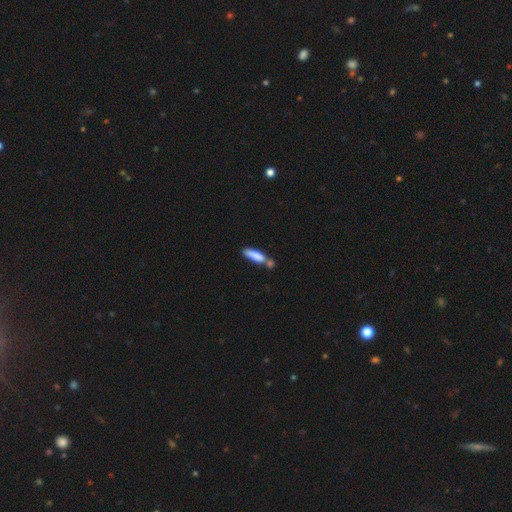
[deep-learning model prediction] The model was most divided on "merging": none: 44%, merger: 34%, minor disturbance: 17%, major disturbance: 5%. More confident: smooth or featured — smooth (79%); how rounded — cigar-shaped (59%).